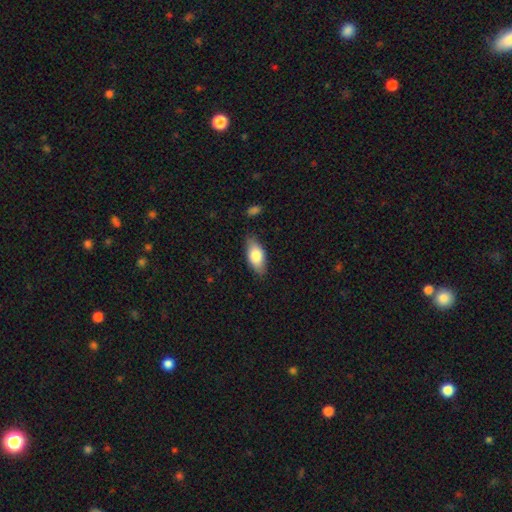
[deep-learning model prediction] This is likely a smooth galaxy (79%). How rounded: clearly in between (89%). Merging: clearly none (81%).